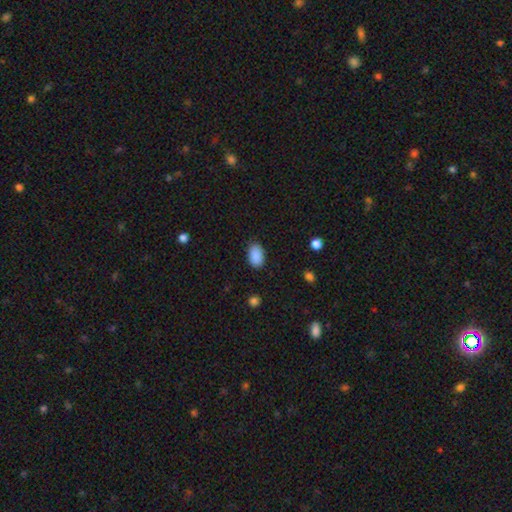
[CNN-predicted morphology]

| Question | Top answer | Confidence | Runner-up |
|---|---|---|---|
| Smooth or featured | smooth | 90% | star or artifact (7%) |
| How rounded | in between | 92% | round (7%) |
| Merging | none | 86% | minor disturbance (11%) |